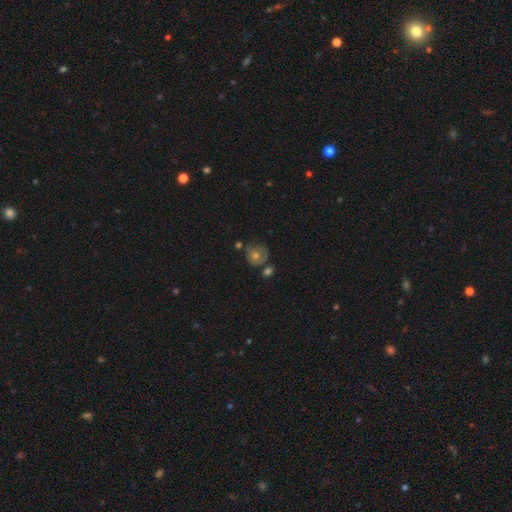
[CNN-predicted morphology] The model was most divided on "smooth or featured": smooth: 43%, featured or disk: 42%, star or artifact: 15%. More confident: merging — none (68%).